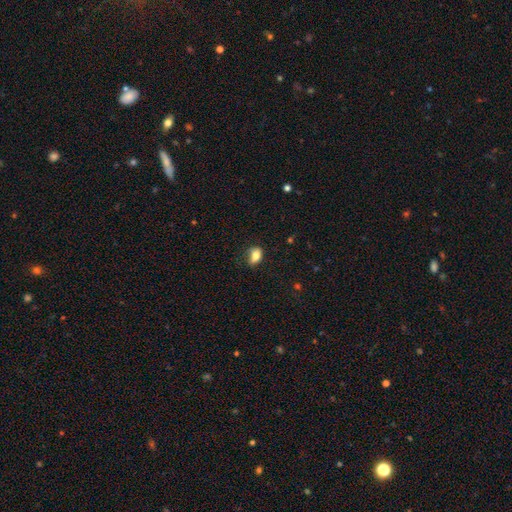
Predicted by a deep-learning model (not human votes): smooth 80%, featured or disk 11%, star or artifact 9%. Down the decision tree: how rounded — in between (83%); merging — none (57%).